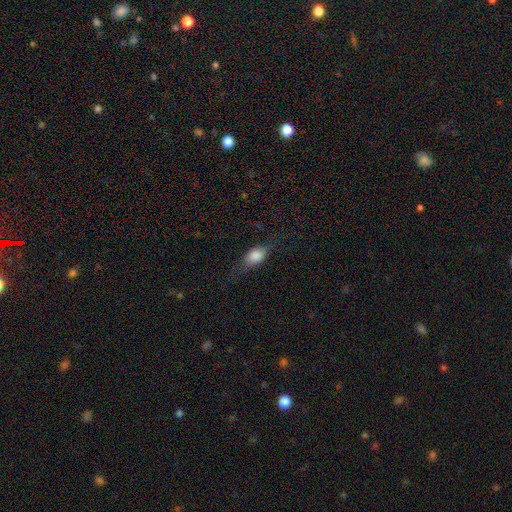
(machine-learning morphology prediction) smooth-or-featured: smooth: 72% | featured or disk: 20% | star or artifact: 9%
  how-rounded: in between: 77% | round: 14% | cigar-shaped: 9%
  merging: none: 60% | minor disturbance: 25% | major disturbance: 13% | merger: 1%